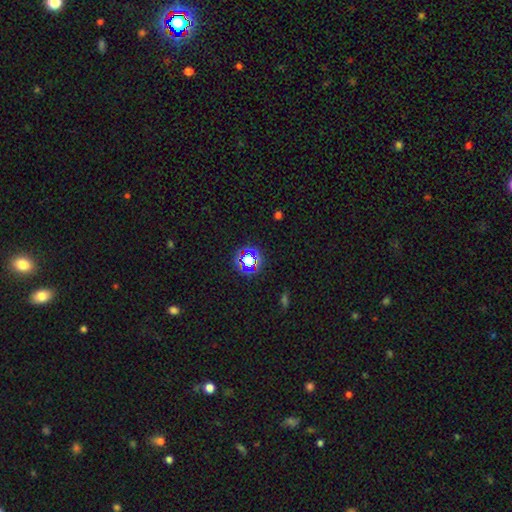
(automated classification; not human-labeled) smooth-or-featured: star or artifact: 64% | smooth: 26% | featured or disk: 10%